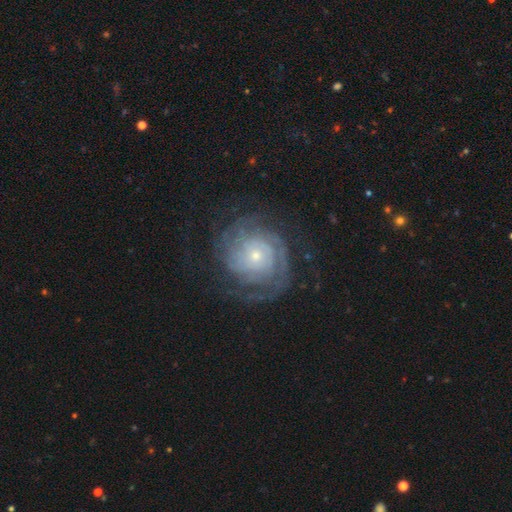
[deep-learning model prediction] Q: Smooth or featured?
A: featured or disk (85%); runner-up: smooth (9%)
Q: Edge-on disk?
A: no (98%); runner-up: yes (2%)
Q: Bar?
A: no (80%); runner-up: weak (16%)
Q: Spiral arms?
A: yes (95%); runner-up: no (5%)
Q: Spiral winding?
A: tight (74%); runner-up: medium (20%)
Q: Spiral arm count?
A: can't tell (36%); runner-up: 2 (24%)
Q: Bulge size?
A: small (67%); runner-up: moderate (28%)
Q: Merging?
A: none (72%); runner-up: minor disturbance (15%)